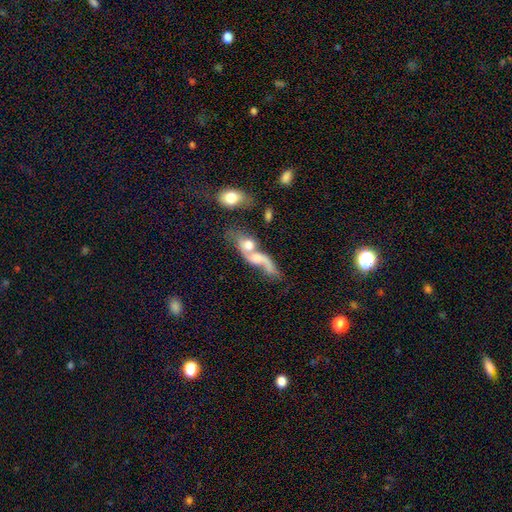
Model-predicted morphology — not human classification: A featured or disk galaxy (50%). Merging: merger (46%).